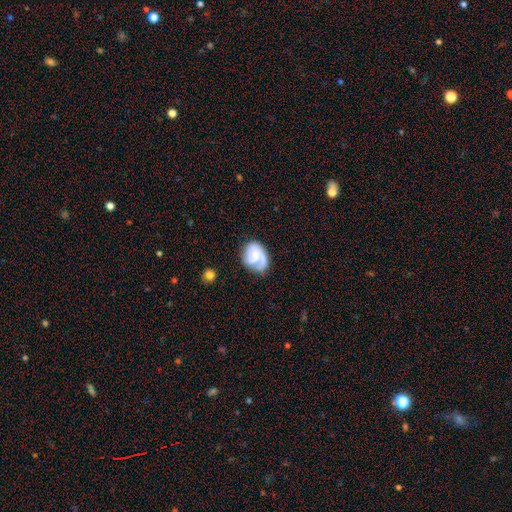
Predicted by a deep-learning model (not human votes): Morphology: type=featured or disk (69%); edge-on=no (98%); bar=no (62%); spiral arms=yes (91%); winding=tight (44%); arm count=1 (43%); bulge=small (53%); merging=none (57%).